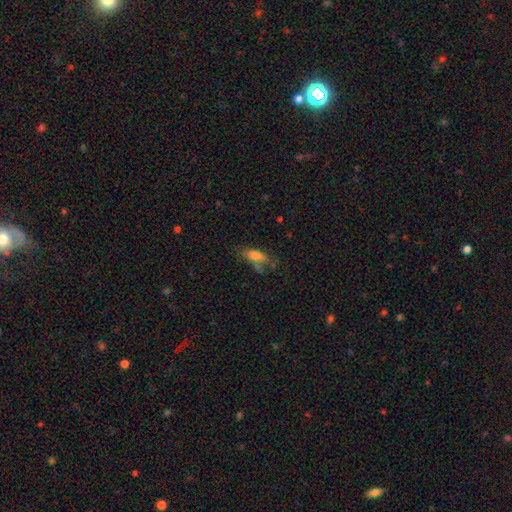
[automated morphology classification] A smooth galaxy with no disk features (73%) that is in between round and cigar-shaped (74%).

Vote fractions:
- Smooth or featured? smooth: 73% / featured or disk: 16% / star or artifact: 11%
- How rounded? in between: 74% / cigar-shaped: 23% / round: 4%
- Merging? none: 51% / minor disturbance: 24% / merger: 12% / major disturbance: 12%